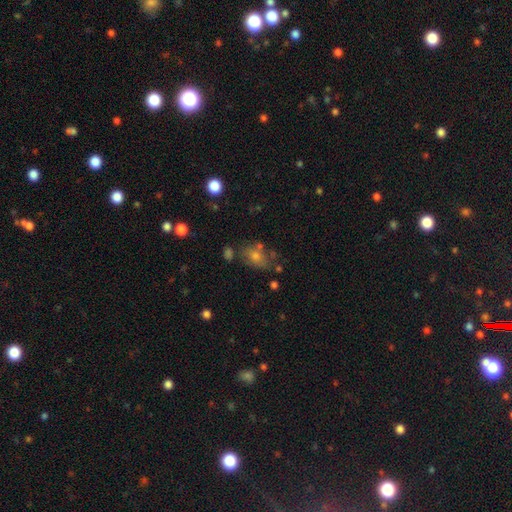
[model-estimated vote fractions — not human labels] smooth-or-featured: smooth: 57% | featured or disk: 23% | star or artifact: 20%
  how-rounded: in between: 69% | round: 29% | cigar-shaped: 2%
  merging: none: 61% | minor disturbance: 19% | merger: 12% | major disturbance: 9%